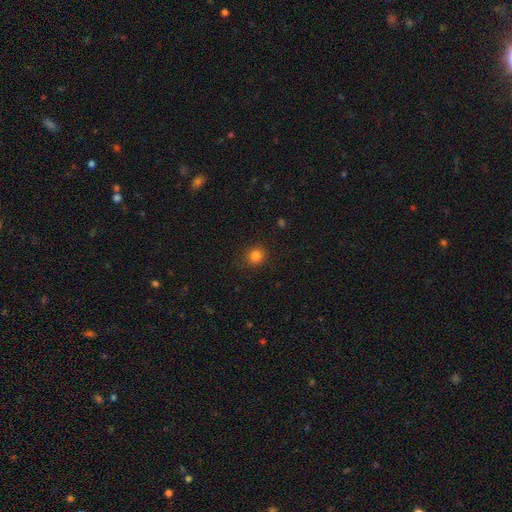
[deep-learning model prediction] Q: Smooth or featured?
A: smooth (83%); runner-up: star or artifact (13%)
Q: How rounded?
A: round (87%); runner-up: in between (12%)
Q: Merging?
A: none (88%); runner-up: minor disturbance (8%)